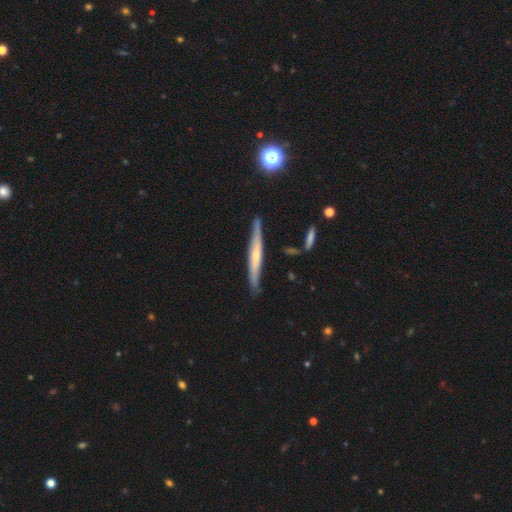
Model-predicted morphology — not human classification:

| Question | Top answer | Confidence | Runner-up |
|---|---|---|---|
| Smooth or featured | featured or disk | 58% | smooth (36%) |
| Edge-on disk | yes | 93% | no (7%) |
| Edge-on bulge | rounded | 49% | none (42%) |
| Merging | none | 82% | minor disturbance (13%) |